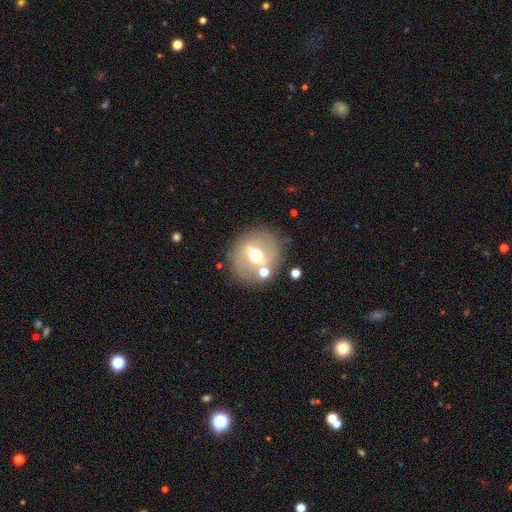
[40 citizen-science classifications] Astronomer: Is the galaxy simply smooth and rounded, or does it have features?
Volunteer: featured or disk — 55% (runner-up: smooth, 38%).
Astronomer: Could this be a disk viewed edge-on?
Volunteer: no — 82%.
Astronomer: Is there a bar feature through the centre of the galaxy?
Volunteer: strong — 50% (runner-up: weak, 39%).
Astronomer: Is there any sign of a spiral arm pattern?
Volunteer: no — 78%.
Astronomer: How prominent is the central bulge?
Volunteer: moderate — 83%.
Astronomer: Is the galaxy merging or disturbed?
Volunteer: none — 81%.